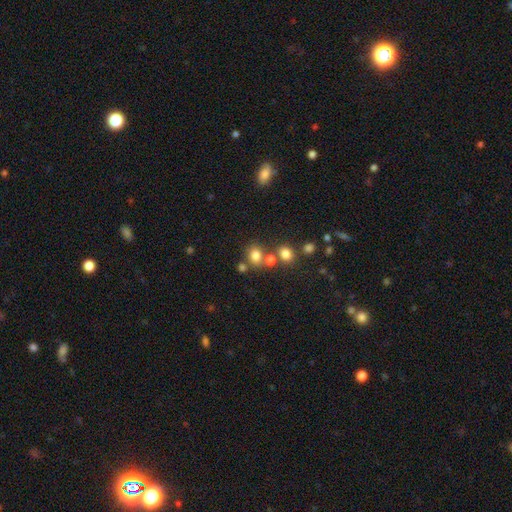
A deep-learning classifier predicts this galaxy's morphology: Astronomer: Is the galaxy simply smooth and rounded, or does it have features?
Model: smooth — 76%.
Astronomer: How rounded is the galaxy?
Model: round — 65%.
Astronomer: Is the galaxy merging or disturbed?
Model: none — 60%.